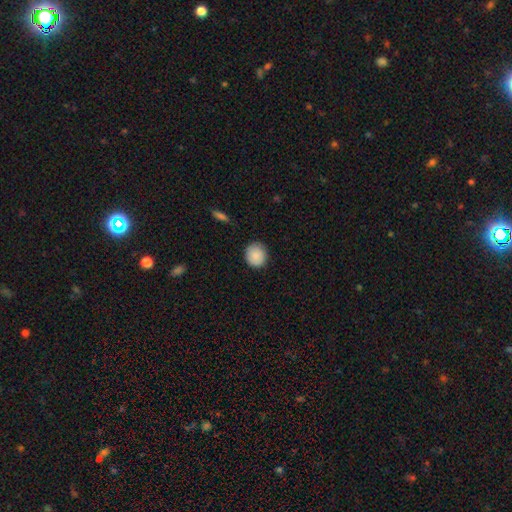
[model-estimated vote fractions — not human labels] This appears to be a smooth galaxy with no disk features (87%) that is round (86%). Merging: none (86%).